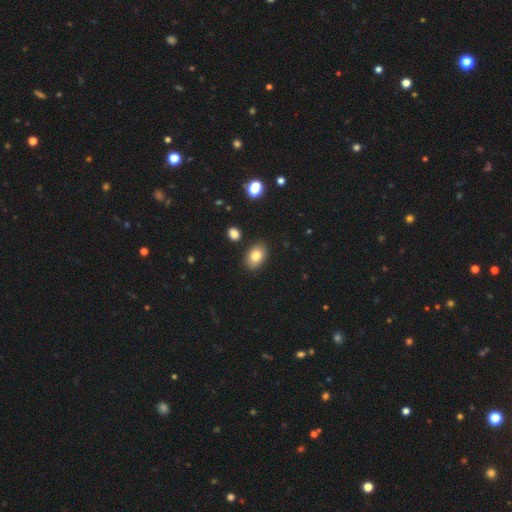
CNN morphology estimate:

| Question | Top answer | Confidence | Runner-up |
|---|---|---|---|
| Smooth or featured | smooth | 82% | featured or disk (9%) |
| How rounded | in between | 82% | round (17%) |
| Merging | none | 86% | minor disturbance (9%) |